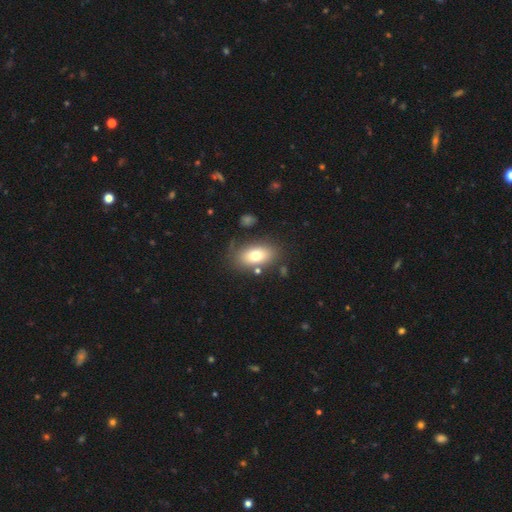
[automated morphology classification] Overall: smooth (74%). How rounded: in between (89%). Merging: none (76%).